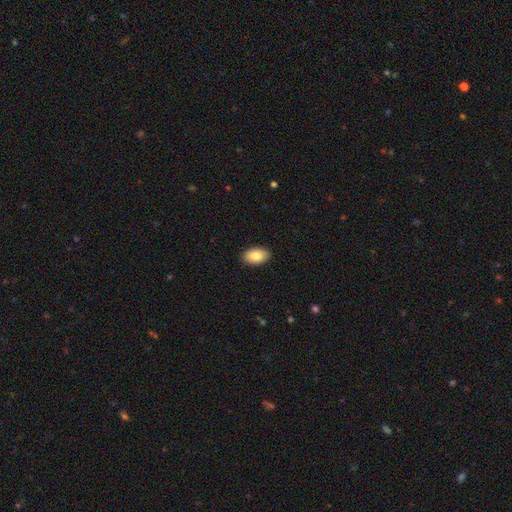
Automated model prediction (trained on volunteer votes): Smooth or featured?
  - smooth: 85% *
  - featured or disk: 8%
  - star or artifact: 7%
How rounded?
  - in between: 93% *
  - round: 6%
  - cigar-shaped: 1%
Merging?
  - none: 90% *
  - minor disturbance: 7%
  - major disturbance: 2%
  - merger: 1%